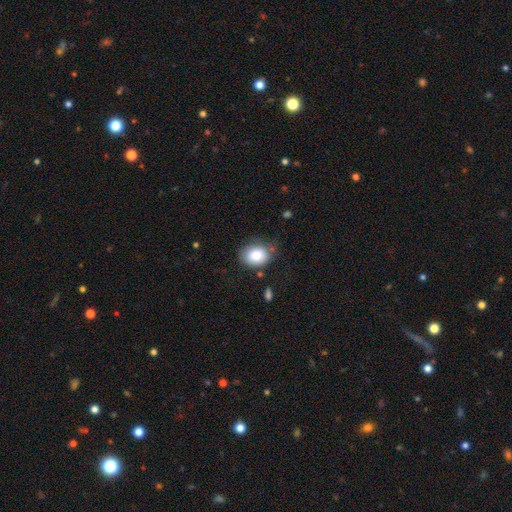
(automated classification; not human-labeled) This appears to be a smooth galaxy with no disk features (81%) that is round (51%). Merging: none (75%).